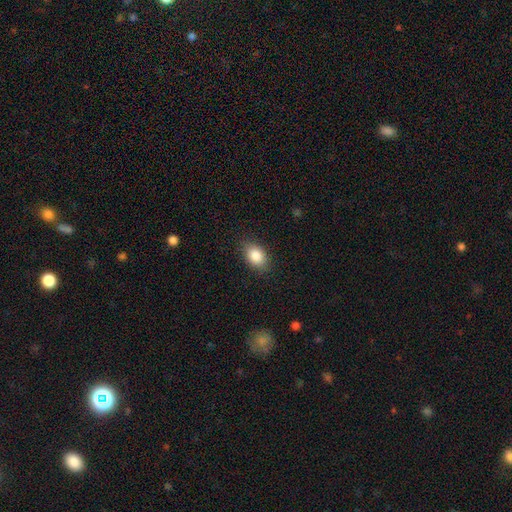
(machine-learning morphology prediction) Smooth or featured: smooth — 87% (star or artifact — 8%)
How rounded: in between — 83% (round — 15%)
Merging: none — 84% (minor disturbance — 12%)